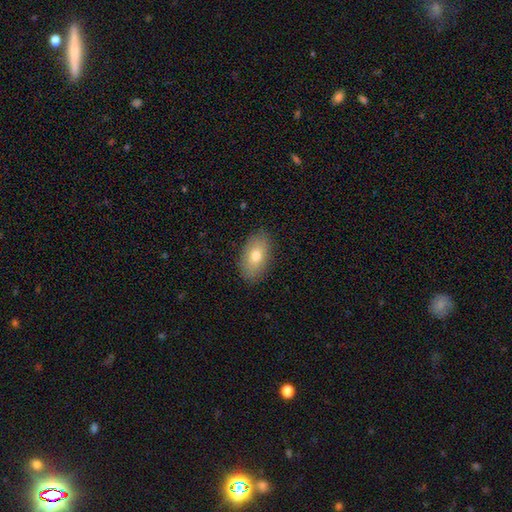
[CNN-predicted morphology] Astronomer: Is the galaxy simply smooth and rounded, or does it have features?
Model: smooth — 74%.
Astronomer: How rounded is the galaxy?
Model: in between — 91%.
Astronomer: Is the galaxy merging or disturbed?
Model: none — 87%.